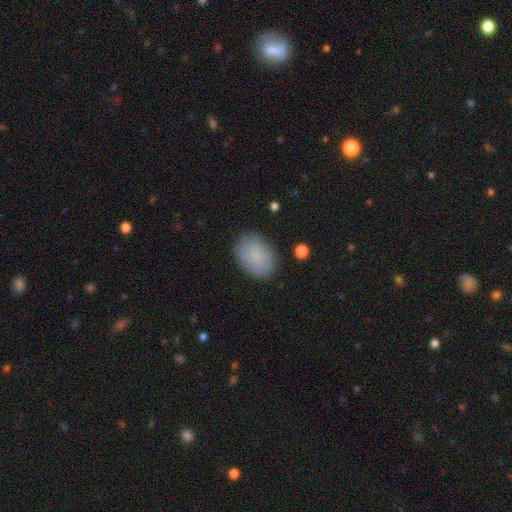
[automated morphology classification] smooth-or-featured: smooth: 83% | featured or disk: 9% | star or artifact: 7%
  how-rounded: in between: 81% | round: 17% | cigar-shaped: 1%
  merging: none: 84% | minor disturbance: 12% | major disturbance: 3% | merger: 1%